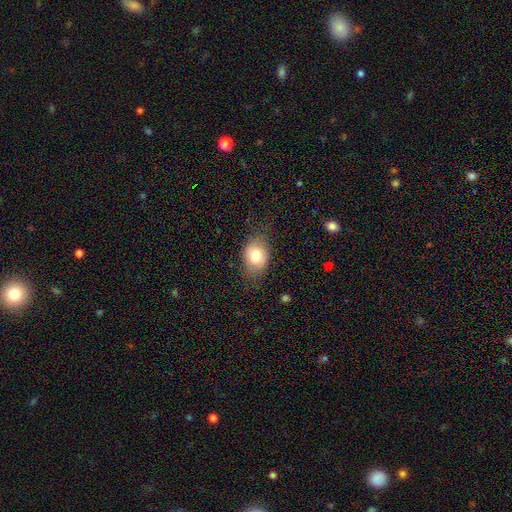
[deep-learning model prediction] Smooth or featured?
  - smooth: 78% *
  - featured or disk: 14%
  - star or artifact: 8%
How rounded?
  - in between: 71% *
  - round: 28%
  - cigar-shaped: 1%
Merging?
  - none: 72% *
  - minor disturbance: 20%
  - major disturbance: 6%
  - merger: 1%